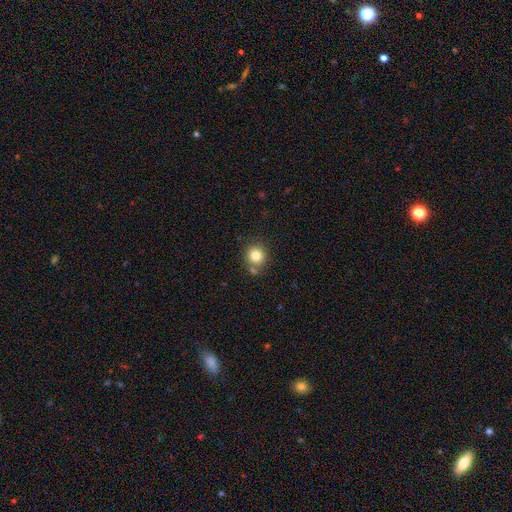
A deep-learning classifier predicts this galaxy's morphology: The model was most divided on "merging": none: 71%, merger: 13%, minor disturbance: 12%, major disturbance: 3%. More confident: how rounded — round (88%); smooth or featured — smooth (81%).